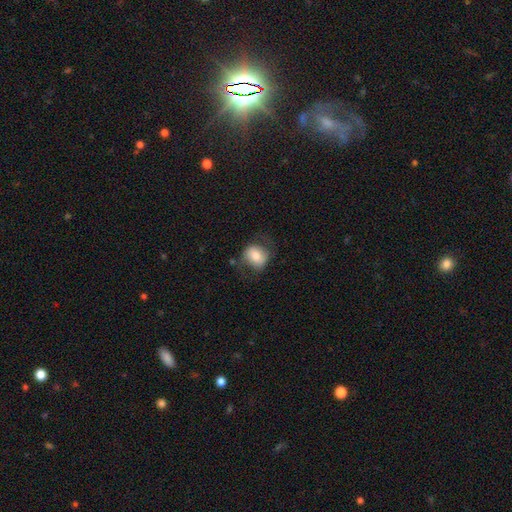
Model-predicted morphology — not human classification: A smooth galaxy with no disk features (69%) that is round (55%).

Vote fractions:
- Smooth or featured? smooth: 69% / featured or disk: 23% / star or artifact: 8%
- How rounded? round: 55% / in between: 44% / cigar-shaped: 1%
- Merging? none: 63% / minor disturbance: 22% / major disturbance: 13% / merger: 2%